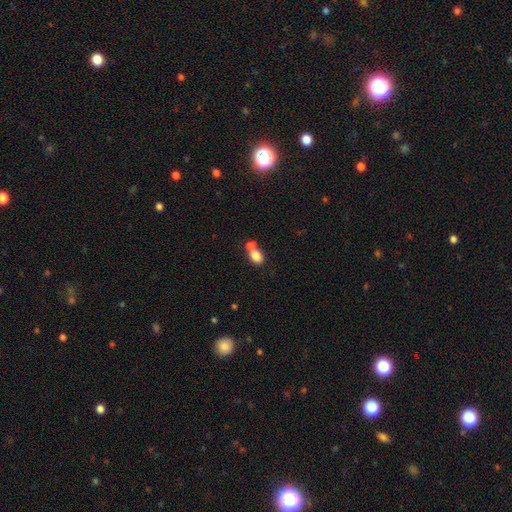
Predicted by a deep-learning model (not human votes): A smooth galaxy with no disk features (81%) that is in between round and cigar-shaped (68%).

Vote fractions:
- Smooth or featured? smooth: 81% / featured or disk: 10% / star or artifact: 10%
- How rounded? in between: 68% / round: 30% / cigar-shaped: 2%
- Merging? merger: 56% / none: 32% / minor disturbance: 8% / major disturbance: 4%